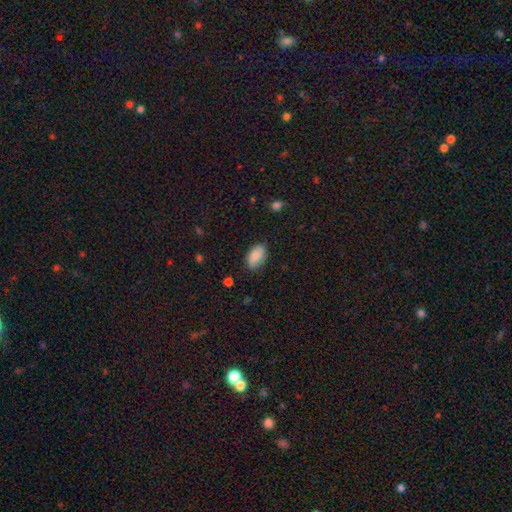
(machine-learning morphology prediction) This appears to be a smooth galaxy with no disk features (78%) that is in between round and cigar-shaped (92%). Merging: none (79%).